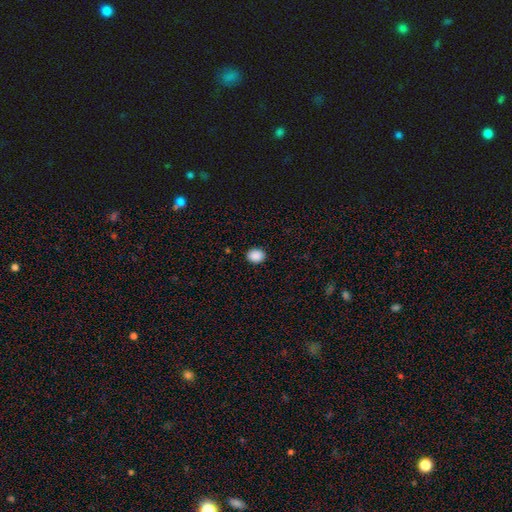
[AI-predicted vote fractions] Overall: smooth (89%). How rounded: in between (50%; round 49%). Merging: none (90%).